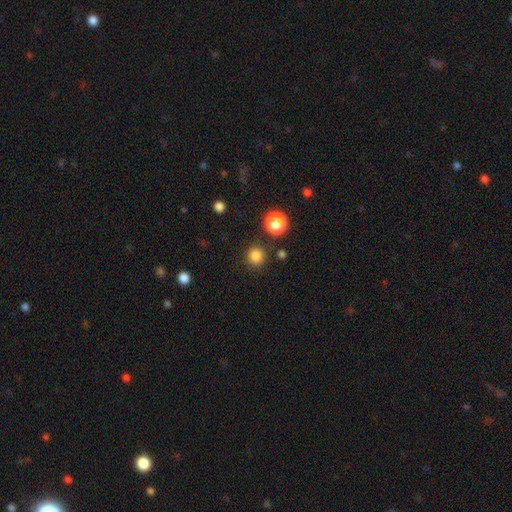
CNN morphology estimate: smooth 83%, star or artifact 13%, featured or disk 4%. Down the decision tree: how rounded — round (92%); merging — none (85%).